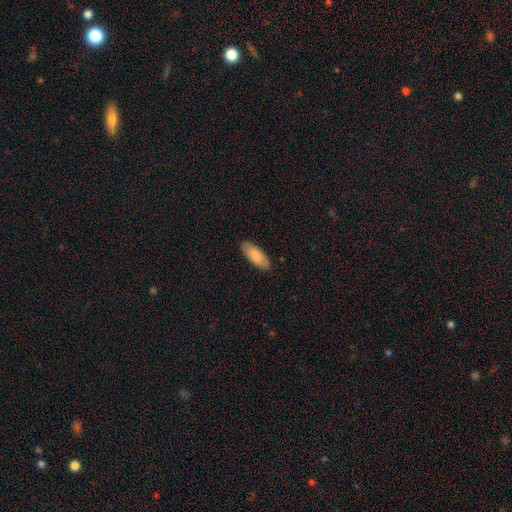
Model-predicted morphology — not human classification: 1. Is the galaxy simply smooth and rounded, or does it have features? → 85% smooth, 10% featured or disk, 5% star or artifact.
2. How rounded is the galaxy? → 80% in between, 18% cigar-shaped, 2% round.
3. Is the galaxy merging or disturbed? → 89% none, 8% minor disturbance, 2% major disturbance, 1% merger.